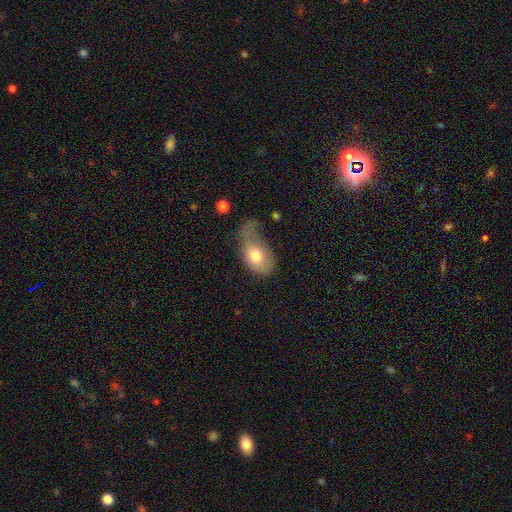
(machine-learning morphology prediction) Smooth or featured? Predicted: smooth (p=0.70). How rounded? Predicted: in between (p=0.86). Merging? Predicted: major disturbance (p=0.48).